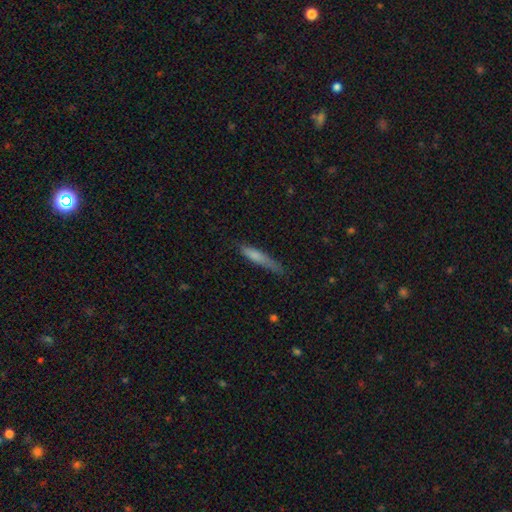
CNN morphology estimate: Smooth or featured?
  - smooth: 74% *
  - featured or disk: 20%
  - star or artifact: 7%
How rounded?
  - cigar-shaped: 88% *
  - in between: 11%
  - round: 2%
Merging?
  - none: 62% *
  - minor disturbance: 28%
  - major disturbance: 7%
  - merger: 2%